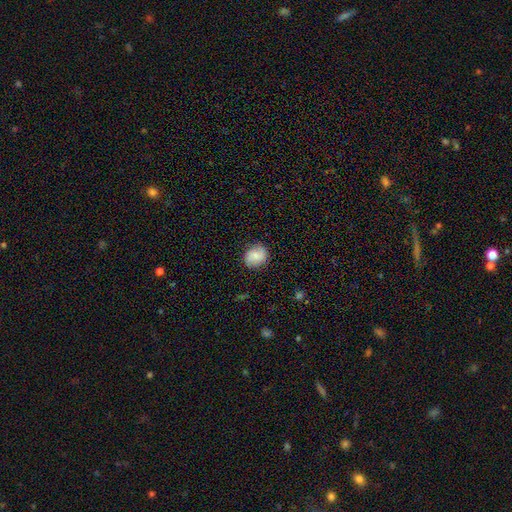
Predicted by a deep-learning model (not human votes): This is likely a smooth galaxy (69%). How rounded: likely round (70%). Merging: clearly none (81%).